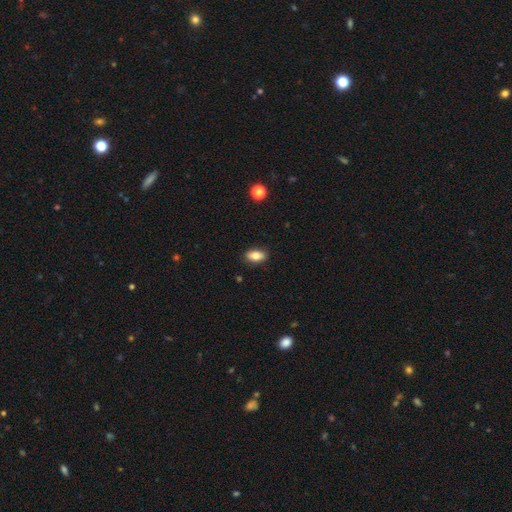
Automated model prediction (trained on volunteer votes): Smooth or featured?
  - smooth: 80% *
  - featured or disk: 12%
  - star or artifact: 8%
How rounded?
  - in between: 87% *
  - cigar-shaped: 7%
  - round: 6%
Merging?
  - none: 88% *
  - minor disturbance: 9%
  - major disturbance: 2%
  - merger: 1%